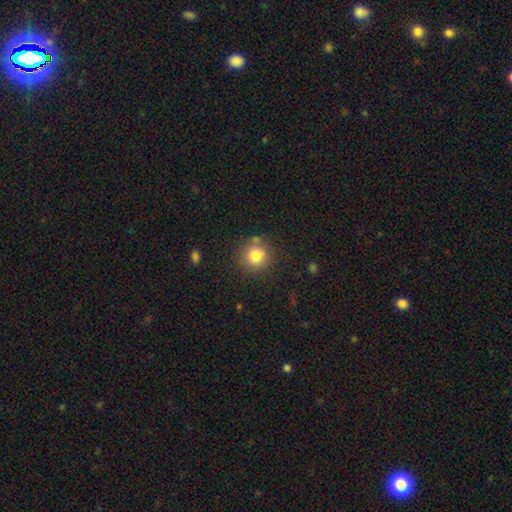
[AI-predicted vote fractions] Smooth or featured: smooth — 80% (star or artifact — 12%)
How rounded: round — 92% (in between — 7%)
Merging: none — 80% (minor disturbance — 11%)